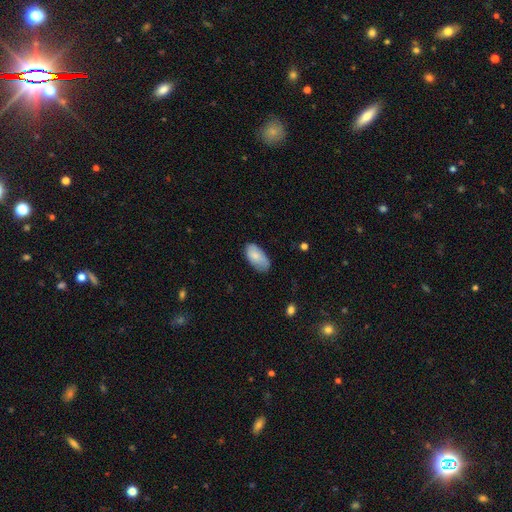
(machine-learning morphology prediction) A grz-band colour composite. It shows a smooth galaxy with no disk features (82%) that is in between round and cigar-shaped (95%). Merging: none (69%).